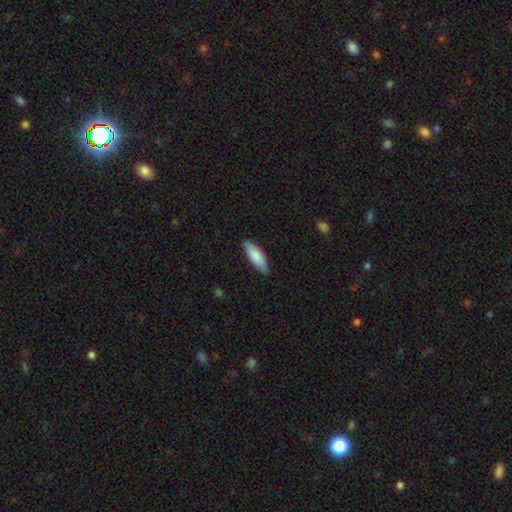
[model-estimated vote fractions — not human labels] Q: Smooth or featured?
A: smooth (83%); runner-up: featured or disk (12%)
Q: How rounded?
A: in between (58%); runner-up: cigar-shaped (40%)
Q: Merging?
A: none (82%); runner-up: minor disturbance (14%)